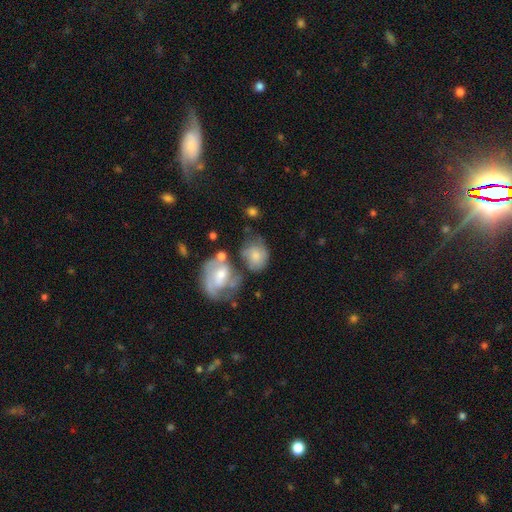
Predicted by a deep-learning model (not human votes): A smooth galaxy with no disk features (55%) that is round (52%).

Vote fractions:
- Smooth or featured? smooth: 55% / featured or disk: 36% / star or artifact: 8%
- How rounded? round: 52% / in between: 47% / cigar-shaped: 1%
- Merging? none: 35% / merger: 25% / minor disturbance: 21% / major disturbance: 18%